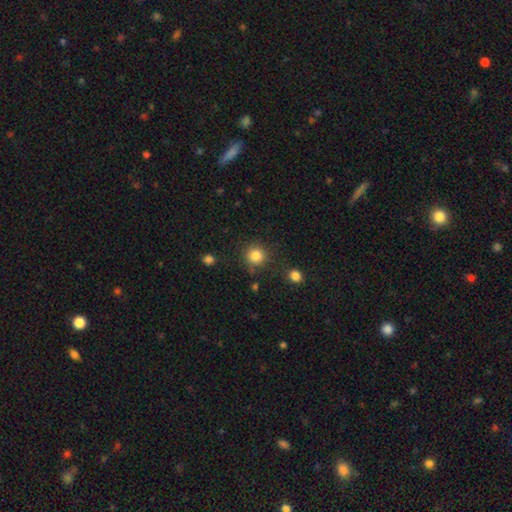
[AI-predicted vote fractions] Smooth or featured? smooth (84%)
How rounded? round (93%)
Merging? none (84%)